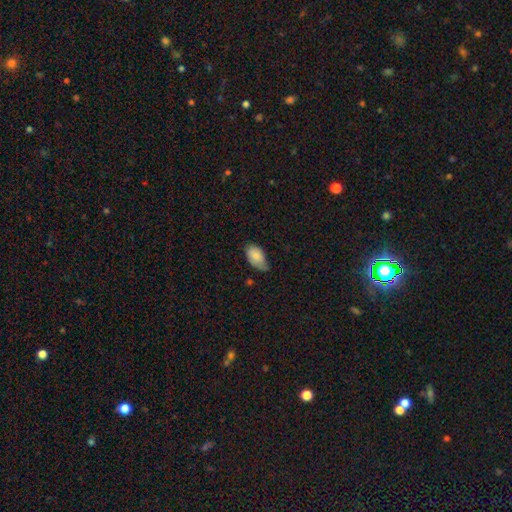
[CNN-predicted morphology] smooth 83%, featured or disk 10%, star or artifact 7%. Down the decision tree: how rounded — in between (94%); merging — none (46%).